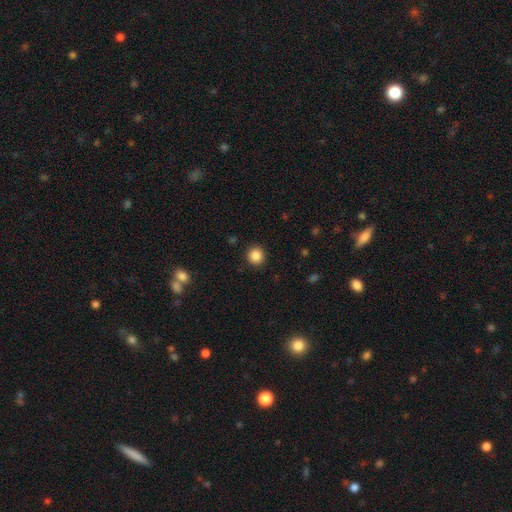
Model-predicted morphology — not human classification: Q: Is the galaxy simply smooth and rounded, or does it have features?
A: smooth — 87%.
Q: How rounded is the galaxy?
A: round — 93%.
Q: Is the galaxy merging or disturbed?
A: none — 91%.